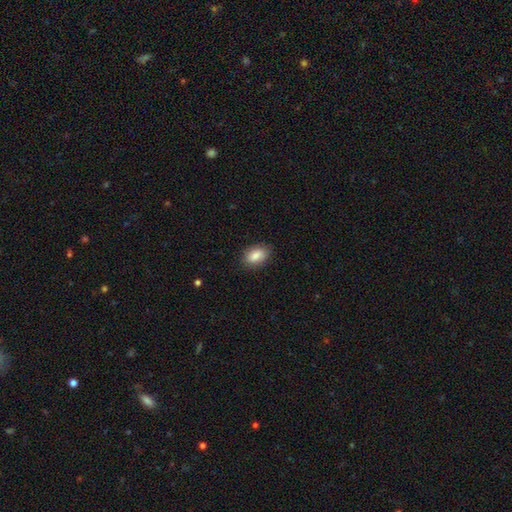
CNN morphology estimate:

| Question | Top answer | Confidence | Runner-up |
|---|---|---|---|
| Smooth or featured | smooth | 88% | star or artifact (7%) |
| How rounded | in between | 90% | round (8%) |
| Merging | none | 85% | minor disturbance (12%) |